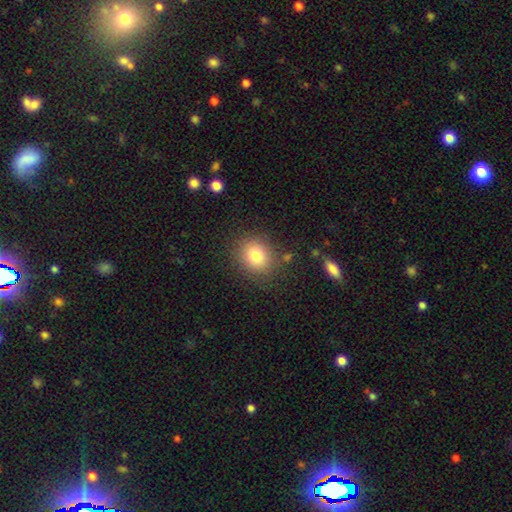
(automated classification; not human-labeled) Smooth or featured? smooth (80%)
How rounded? round (66%)
Merging? none (84%)